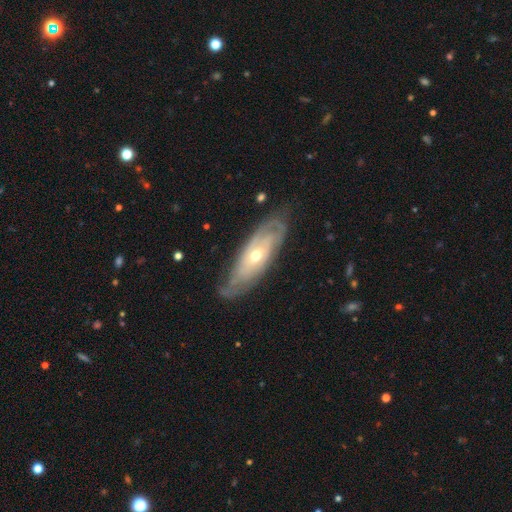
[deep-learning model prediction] The model was most divided on "bulge size": moderate: 57%, small: 39%, large: 2%, dominant: 1%, none: 1%. More confident: edge-on disk — no (83%); spiral arms — yes (82%); smooth or featured — featured or disk (78%); bar — no (76%); merging — none (71%); spiral winding — tight (67%); spiral arm count — can't tell (51%).